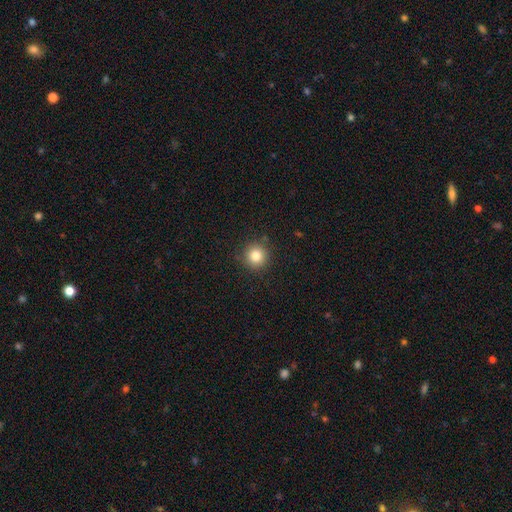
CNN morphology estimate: A smooth galaxy with no disk features (82%) that is round (95%).

Vote fractions:
- Smooth or featured? smooth: 82% / star or artifact: 12% / featured or disk: 7%
- How rounded? round: 95% / in between: 4% / cigar-shaped: 1%
- Merging? none: 89% / minor disturbance: 7% / major disturbance: 2% / merger: 1%